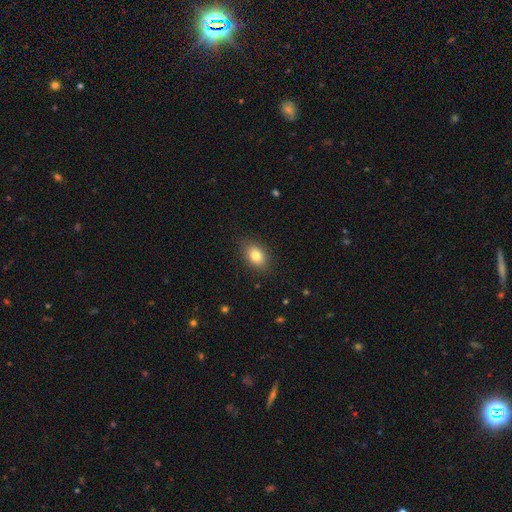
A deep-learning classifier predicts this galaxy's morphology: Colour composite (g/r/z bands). It shows a smooth galaxy with no disk features (81%) that is in between round and cigar-shaped (81%). Merging: none (86%).